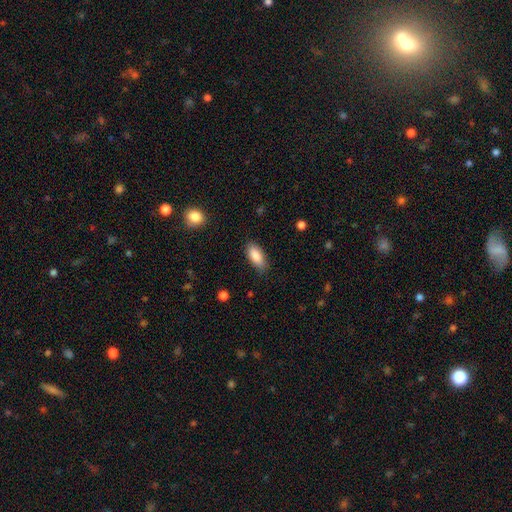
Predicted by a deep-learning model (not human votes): This is clearly a smooth galaxy (87%). How rounded: clearly in between (84%). Merging: clearly none (83%).